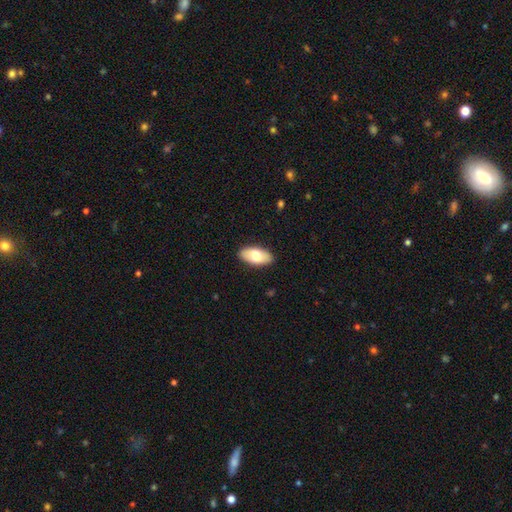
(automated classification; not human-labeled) This is likely a smooth galaxy (73%). How rounded: clearly in between (94%). Merging: clearly none (89%).